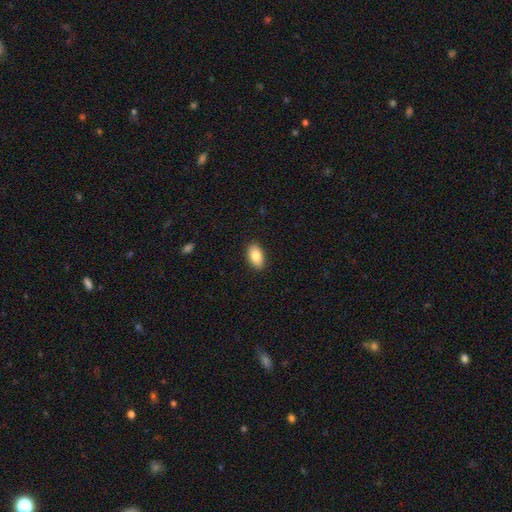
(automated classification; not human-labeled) smooth-or-featured: smooth: 84% | featured or disk: 10% | star or artifact: 7%
  how-rounded: in between: 93% | round: 4% | cigar-shaped: 3%
  merging: none: 89% | minor disturbance: 8% | major disturbance: 2% | merger: 1%